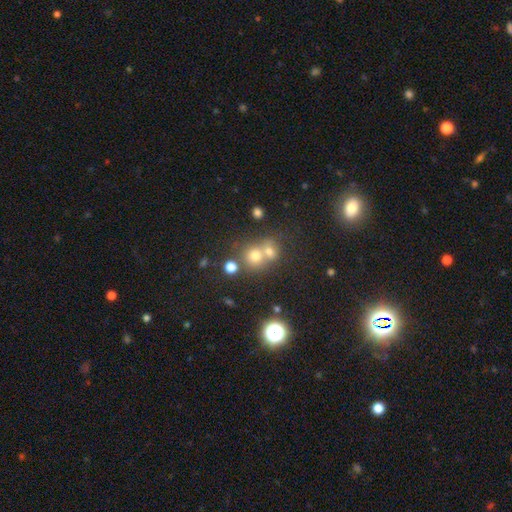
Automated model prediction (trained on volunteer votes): The model was most divided on "merging": merger: 49%, none: 42%, minor disturbance: 6%, major disturbance: 3%. More confident: how rounded — round (82%); smooth or featured — smooth (66%).